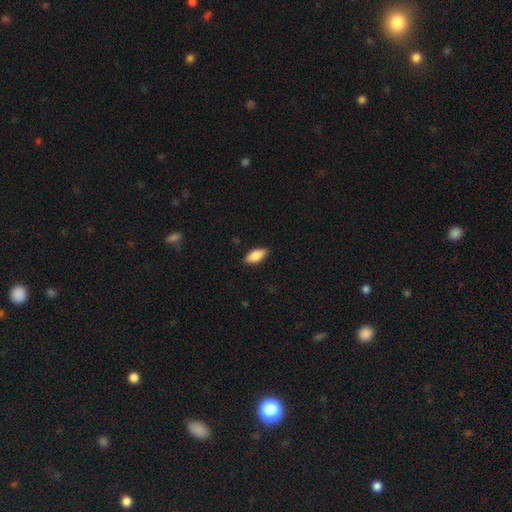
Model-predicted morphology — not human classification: Overall: smooth (81%). How rounded: in between (87%). Merging: none (87%).